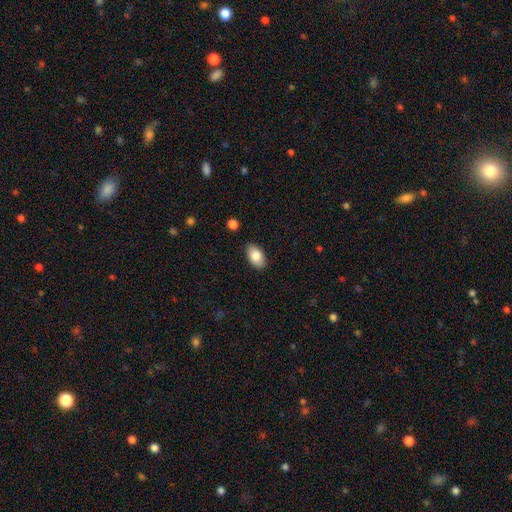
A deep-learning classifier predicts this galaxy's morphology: This appears to be a smooth galaxy with no disk features (84%) that is in between round and cigar-shaped (93%). Merging: none (88%).